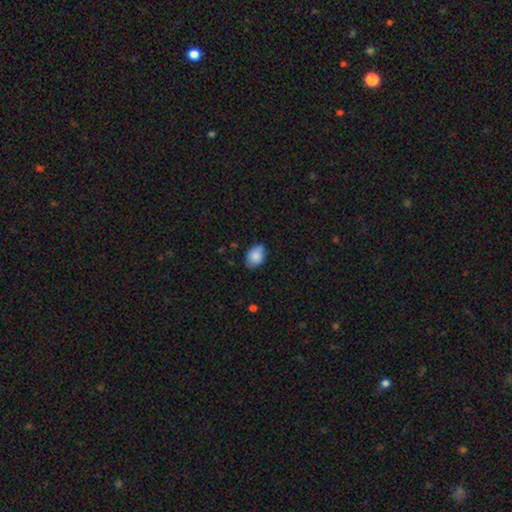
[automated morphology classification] smooth_or_featured: smooth (p=0.85) [alt: featured or disk p=0.08]
how_rounded: in between (p=0.81) [alt: round p=0.18]
merging: none (p=0.72) [alt: minor disturbance p=0.23]